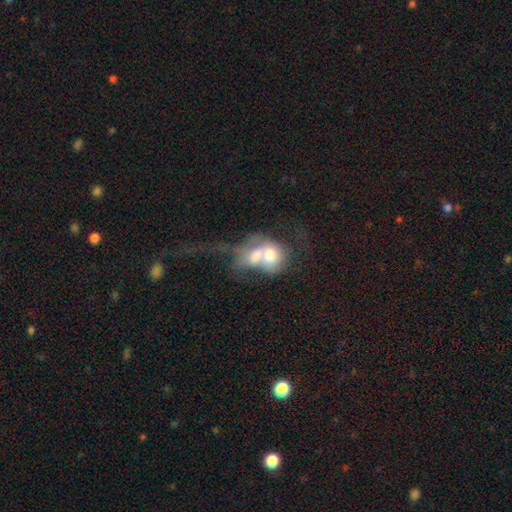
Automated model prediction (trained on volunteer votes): Q: Smooth or featured?
A: smooth (54%); runner-up: featured or disk (38%)
Q: How rounded?
A: in between (54%); runner-up: round (44%)
Q: Merging?
A: merger (75%); runner-up: major disturbance (12%)